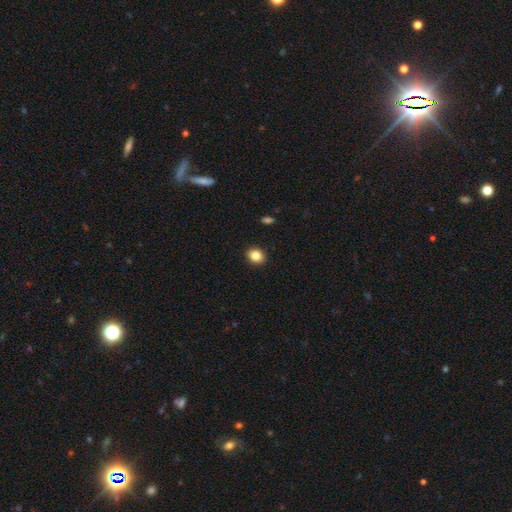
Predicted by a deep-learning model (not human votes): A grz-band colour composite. It shows a smooth galaxy with no disk features (85%) that is round (56%). Merging: none (91%).